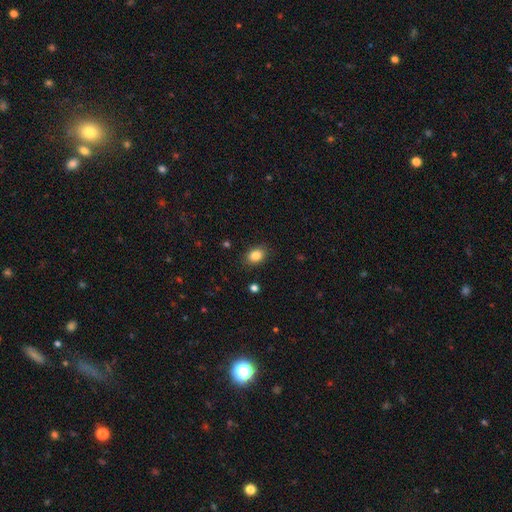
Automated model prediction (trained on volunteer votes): Overall: smooth (85%). How rounded: in between (66%; round 33%). Merging: none (87%).